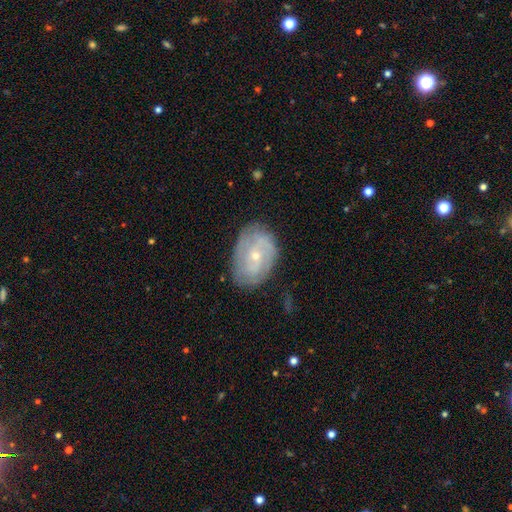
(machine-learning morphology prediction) The model was most divided on "spiral arm count" (2-way tie): can't tell: 37%, 2: 37%, 3: 13%, 4: 6%, 1: 4%, more than 4: 4%. More confident: edge-on disk — no (96%); spiral arms — yes (85%); merging — none (76%); smooth or featured — featured or disk (74%); bulge size — small (69%); bar — no (60%); spiral winding — tight (52%).